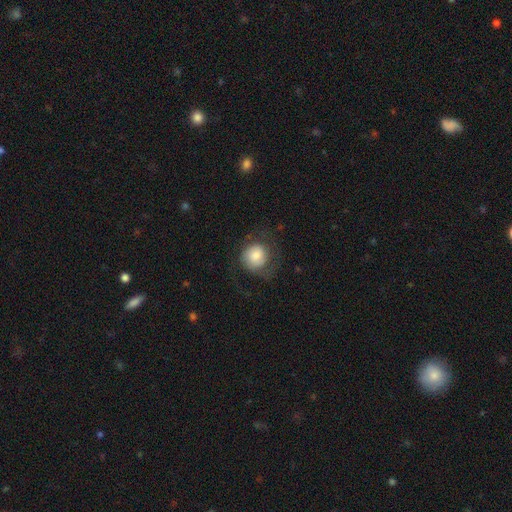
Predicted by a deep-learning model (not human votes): Morphology: type=smooth (61%); roundness=round (86%); merging=none (59%).